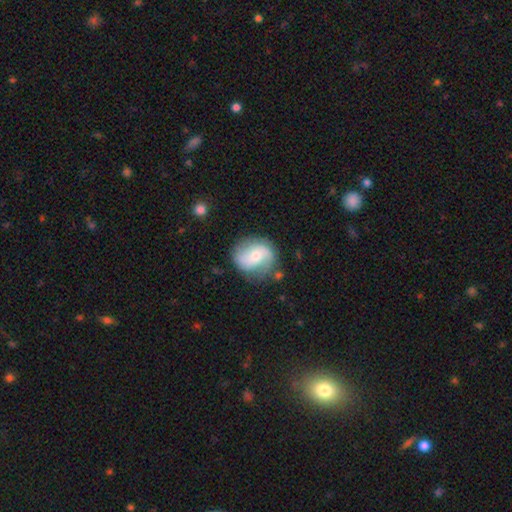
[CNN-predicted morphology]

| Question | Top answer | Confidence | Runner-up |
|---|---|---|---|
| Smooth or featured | featured or disk | 65% | smooth (28%) |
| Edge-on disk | no | 97% | yes (3%) |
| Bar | no | 52% | weak (36%) |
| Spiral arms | yes | 89% | no (11%) |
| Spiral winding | medium | 41% | tied: loose (41%) |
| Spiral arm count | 2 | 85% | can't tell (7%) |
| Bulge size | moderate | 49% | small (43%) |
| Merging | none | 73% | minor disturbance (17%) |